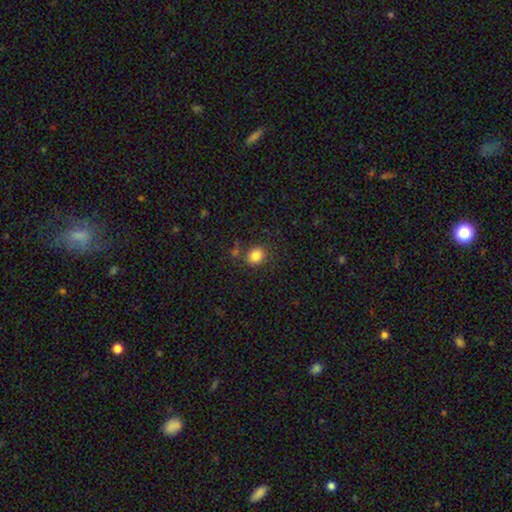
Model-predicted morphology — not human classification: Overall: smooth (84%). How rounded: round (70%). Merging: none (80%).